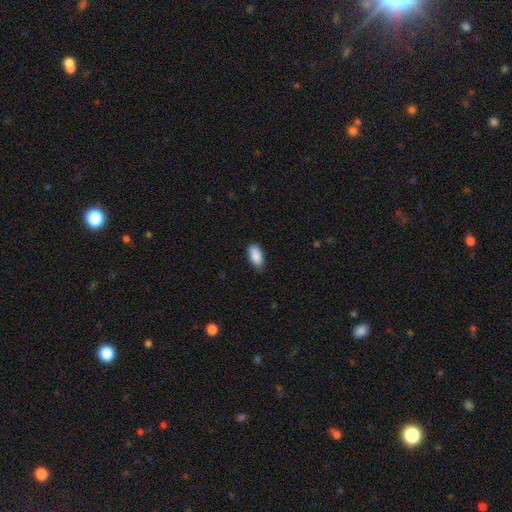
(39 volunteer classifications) smooth 85%, star or artifact 10%, featured or disk 5%. Down the decision tree: how rounded — in between (94%); merging — none (83%).